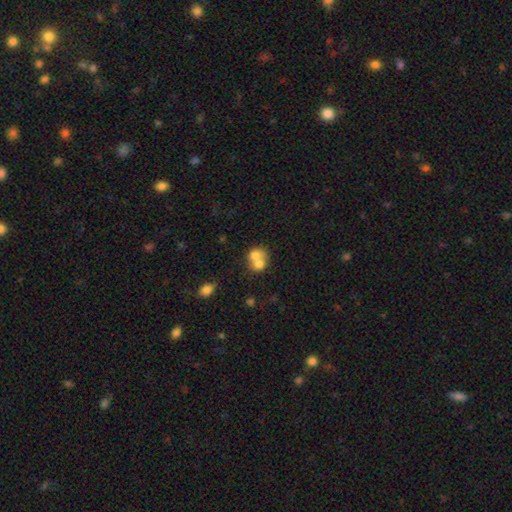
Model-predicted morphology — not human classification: Q: Smooth or featured?
A: smooth (68%); runner-up: featured or disk (22%)
Q: How rounded?
A: round (66%); runner-up: in between (33%)
Q: Merging?
A: merger (67%); runner-up: none (24%)